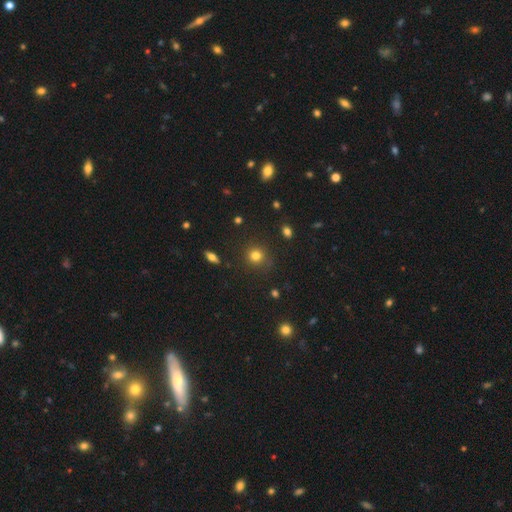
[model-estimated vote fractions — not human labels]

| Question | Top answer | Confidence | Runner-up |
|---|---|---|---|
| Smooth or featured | smooth | 78% | star or artifact (15%) |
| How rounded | round | 90% | in between (9%) |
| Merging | none | 83% | minor disturbance (11%) |